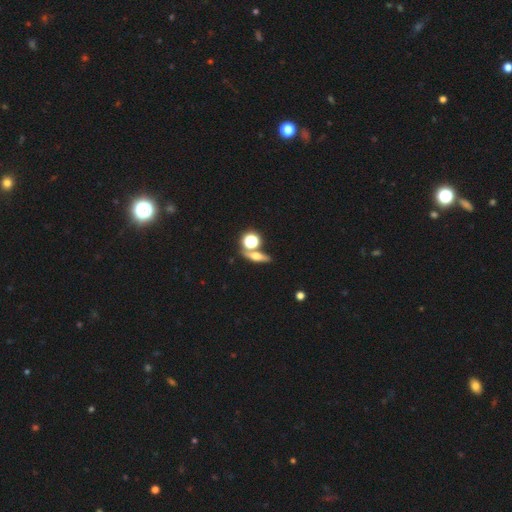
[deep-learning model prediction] Smooth or featured: featured or disk — 42% (smooth — 39%)
Merging: none — 74% (merger — 14%)